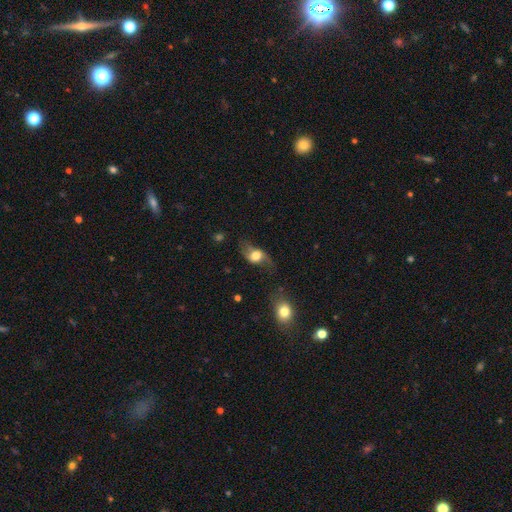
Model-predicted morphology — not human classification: Smooth or featured? featured or disk (48%)
Merging? none (52%)